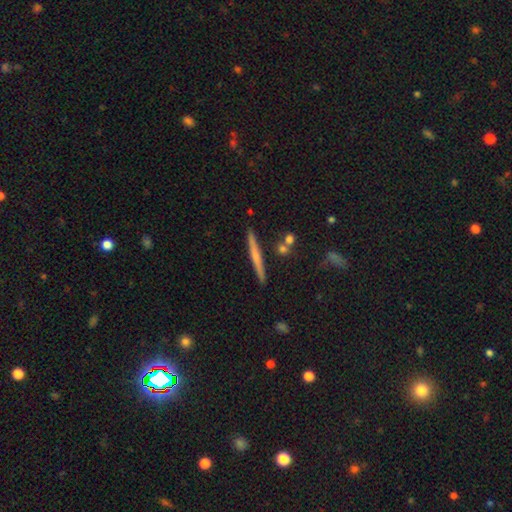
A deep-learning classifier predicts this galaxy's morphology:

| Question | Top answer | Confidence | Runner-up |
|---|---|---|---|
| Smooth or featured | featured or disk | 51% | smooth (42%) |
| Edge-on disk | yes | 97% | no (3%) |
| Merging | none | 88% | minor disturbance (7%) |